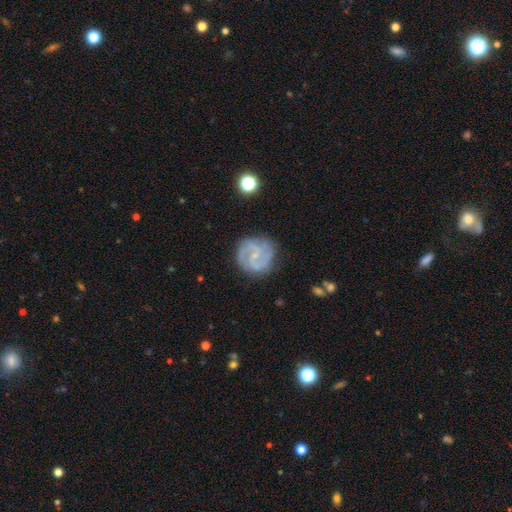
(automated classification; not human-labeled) A featured or disk galaxy (83%) with no bar (47%), 2 (61%) medium (50%) spiral arms (95%) and a small central bulge (74%). Merging: none (77%).